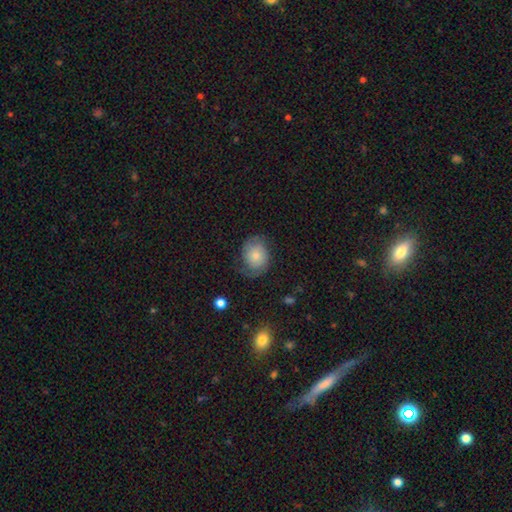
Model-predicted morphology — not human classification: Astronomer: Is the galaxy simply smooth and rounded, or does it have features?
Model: smooth — 56% (runner-up: featured or disk, 36%).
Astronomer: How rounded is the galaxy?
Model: round — 50% (runner-up: in between, 49%).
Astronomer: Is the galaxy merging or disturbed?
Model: none — 56%.